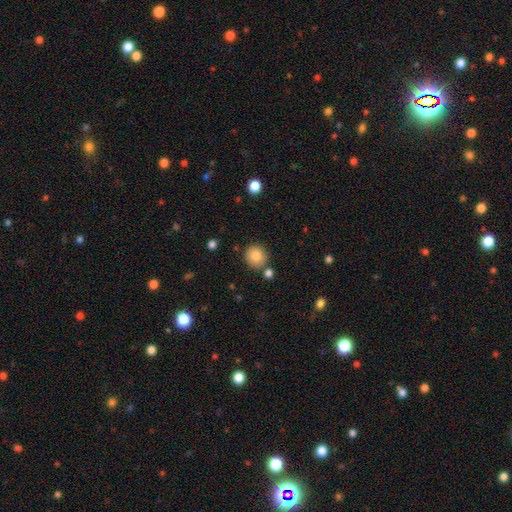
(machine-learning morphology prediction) Smooth or featured? Predicted: smooth (p=0.83). How rounded? Predicted: round (p=0.88). Merging? Predicted: none (p=0.79).